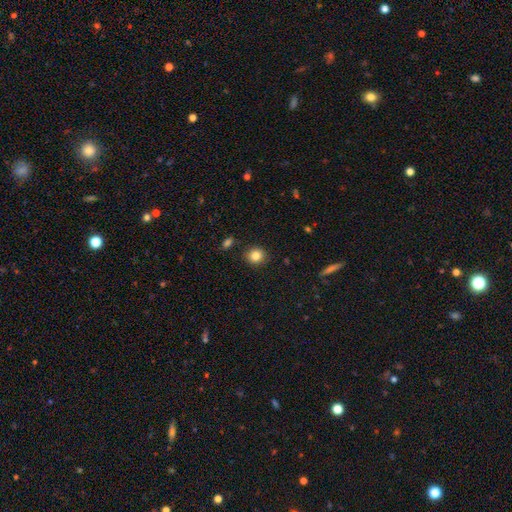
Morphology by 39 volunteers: Smooth or featured? 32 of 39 (82%) said smooth. How rounded? 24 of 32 (75%) said round. Merging? 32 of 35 (91%) said none.